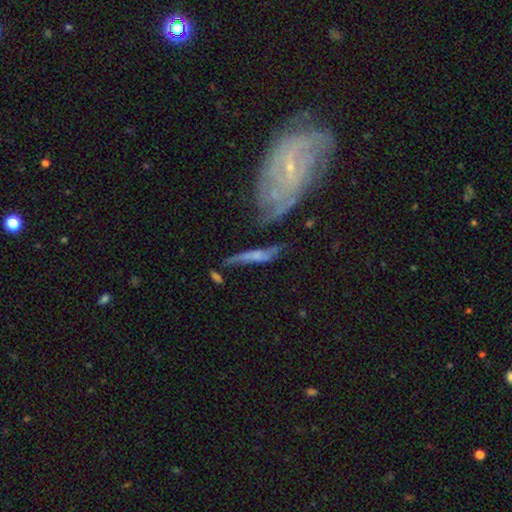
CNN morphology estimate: A featured or disk galaxy (57%). Merging: none (43%).